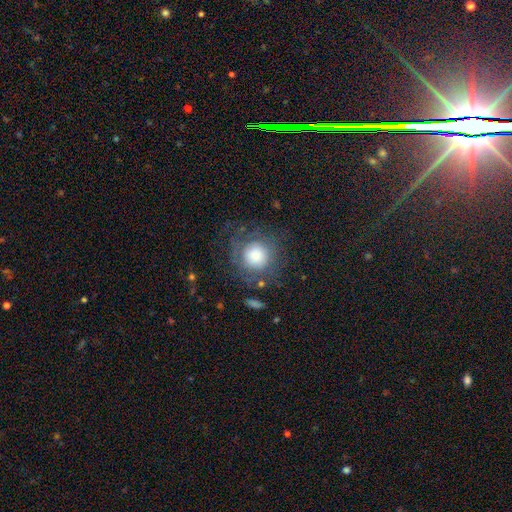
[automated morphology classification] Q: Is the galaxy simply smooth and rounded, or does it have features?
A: smooth — 60%.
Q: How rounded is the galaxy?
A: round — 92%.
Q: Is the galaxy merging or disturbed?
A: none — 65%.